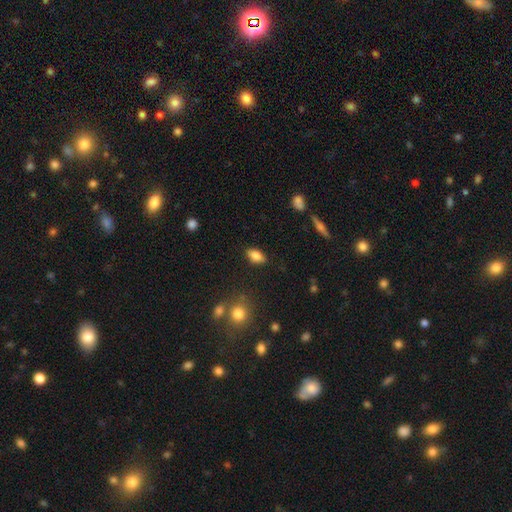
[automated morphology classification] smooth 81%, featured or disk 10%, star or artifact 9%. Down the decision tree: how rounded — in between (87%); merging — none (84%).